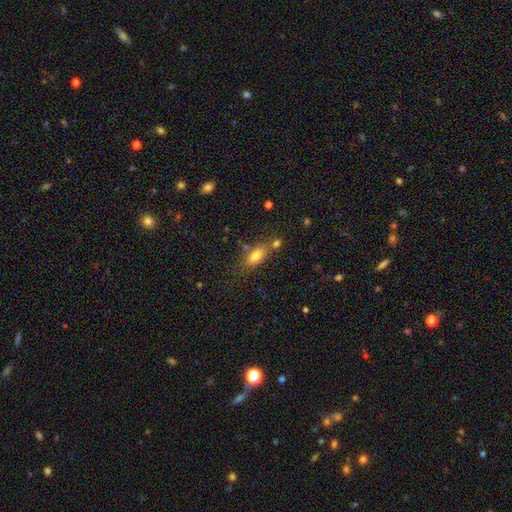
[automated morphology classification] Q: Smooth or featured?
A: smooth (78%); runner-up: featured or disk (12%)
Q: How rounded?
A: in between (82%); runner-up: cigar-shaped (12%)
Q: Merging?
A: none (62%); runner-up: minor disturbance (17%)